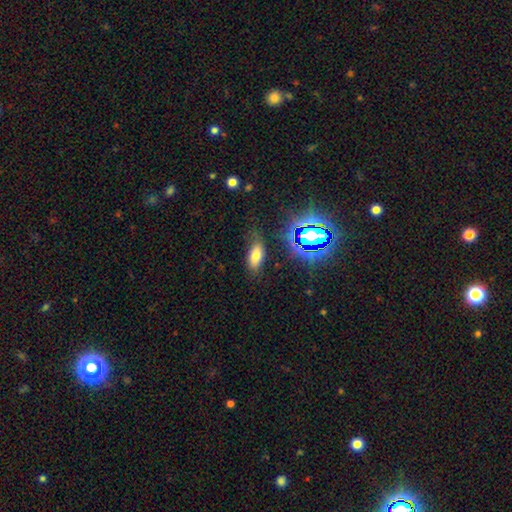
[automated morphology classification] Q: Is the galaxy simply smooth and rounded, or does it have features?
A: smooth — 67%.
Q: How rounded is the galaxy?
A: in between — 85%.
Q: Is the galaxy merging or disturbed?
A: none — 75%.